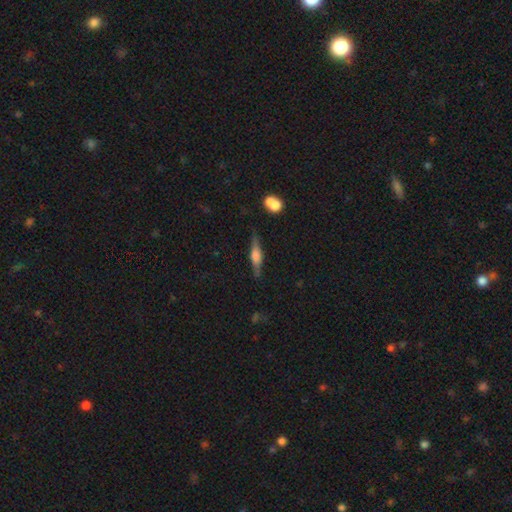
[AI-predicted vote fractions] Smooth or featured?
  - featured or disk: 61% *
  - smooth: 31%
  - star or artifact: 8%
Edge-on disk?
  - yes: 95% *
  - no: 5%
Edge-on bulge?
  - rounded: 73% *
  - boxy: 22%
  - none: 5%
Merging?
  - none: 80% *
  - minor disturbance: 13%
  - major disturbance: 4%
  - merger: 3%